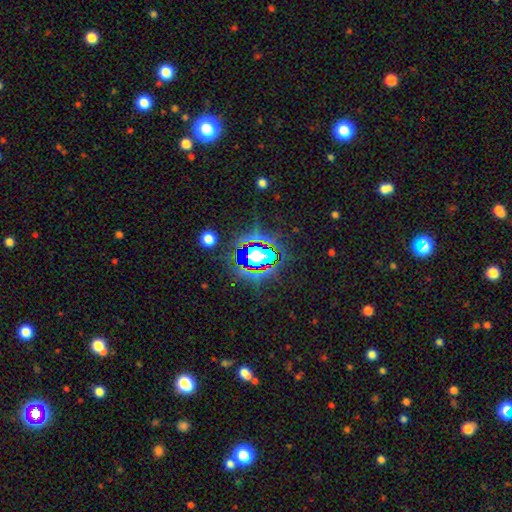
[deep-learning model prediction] The model was most divided on "smooth or featured": star or artifact: 68%, smooth: 17%, featured or disk: 14%.